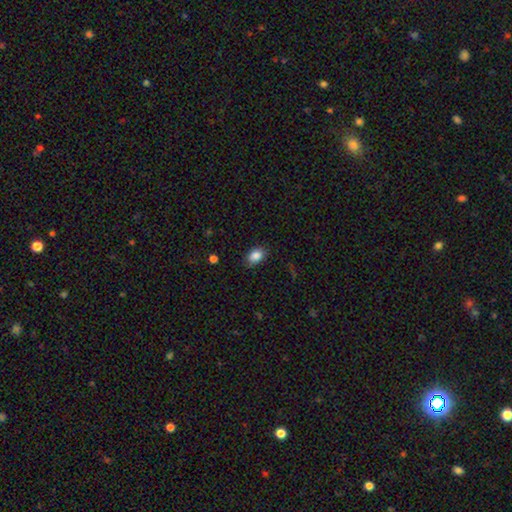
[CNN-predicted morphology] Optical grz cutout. It shows a smooth galaxy with no disk features (87%) that is in between round and cigar-shaped (78%). Merging: none (83%).